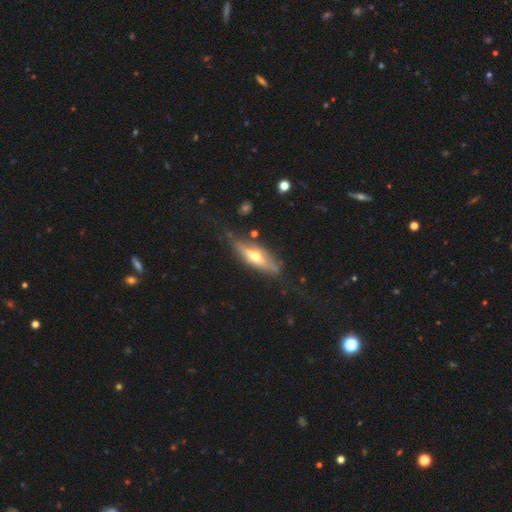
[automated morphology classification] The model was most divided on "smooth or featured": featured or disk: 63%, smooth: 31%, star or artifact: 6%. More confident: edge-on bulge — rounded (91%); edge-on disk — yes (82%); merging — none (72%).